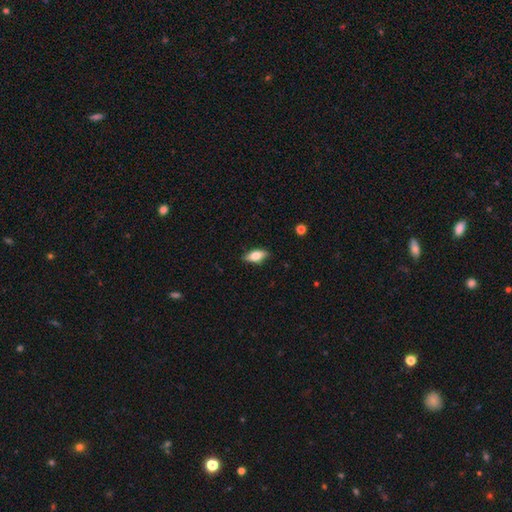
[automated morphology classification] Smooth or featured? Predicted: smooth (p=0.69). How rounded? Predicted: in between (p=0.82). Merging? Predicted: none (p=0.86).